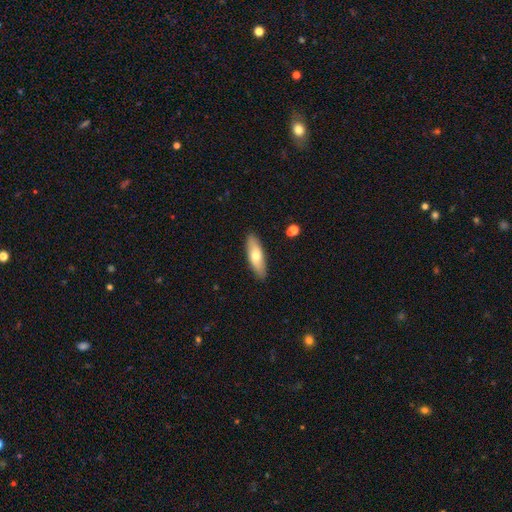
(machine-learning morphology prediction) smooth_or_featured: smooth (p=0.67) [alt: featured or disk p=0.27]
how_rounded: in between (p=0.57) [alt: cigar-shaped p=0.41]
merging: none (p=0.88) [alt: minor disturbance p=0.09]